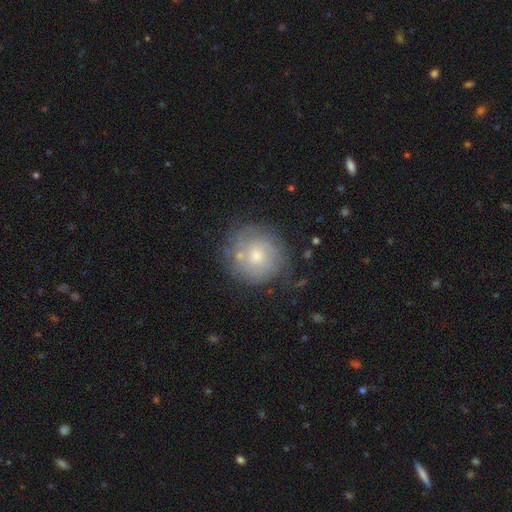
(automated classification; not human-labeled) This is possibly a featured or disk galaxy (52%). It is clearly not viewed edge-on (97%). Bar: clearly no (81%). Spiral arm pattern: likely yes (72%). Central bulge: possibly moderate (49%). Merging: likely none (71%).